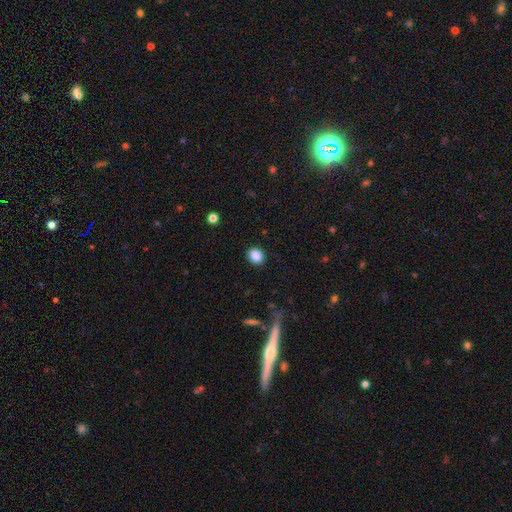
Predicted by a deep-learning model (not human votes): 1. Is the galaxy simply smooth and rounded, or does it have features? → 88% smooth, 9% star or artifact, 3% featured or disk.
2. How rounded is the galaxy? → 58% round, 41% in between, 1% cigar-shaped.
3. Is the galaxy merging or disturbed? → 89% none, 8% minor disturbance, 2% major disturbance, 1% merger.